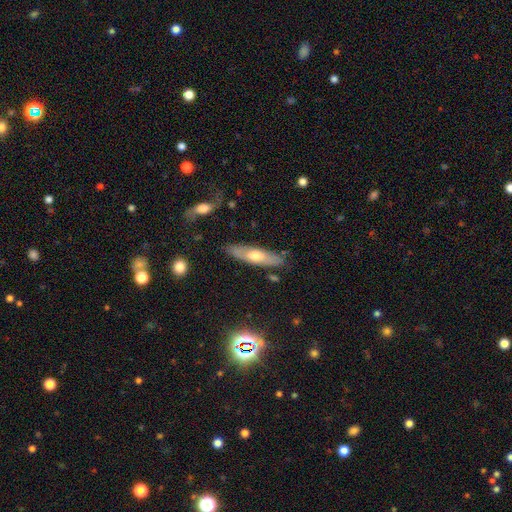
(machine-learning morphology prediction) Smooth or featured: smooth — 49% (featured or disk — 45%)
Merging: none — 81% (minor disturbance — 14%)